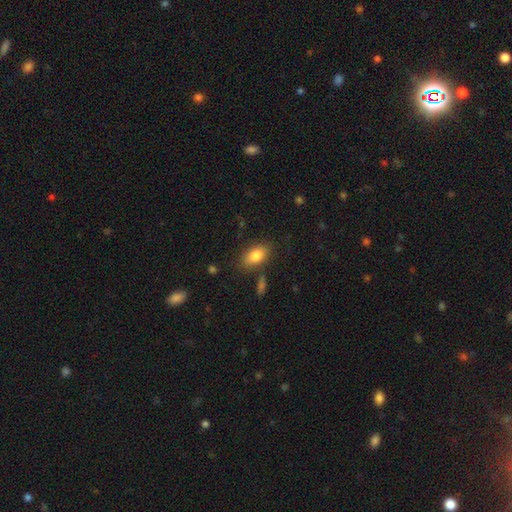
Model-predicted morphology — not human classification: Smooth or featured? Predicted: smooth (p=0.83). How rounded? Predicted: in between (p=0.89). Merging? Predicted: none (p=0.81).